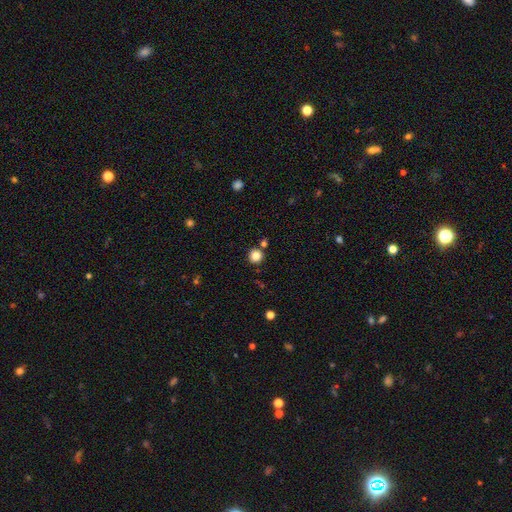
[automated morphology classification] Smooth or featured? smooth (84%)
How rounded? round (95%)
Merging? none (86%)